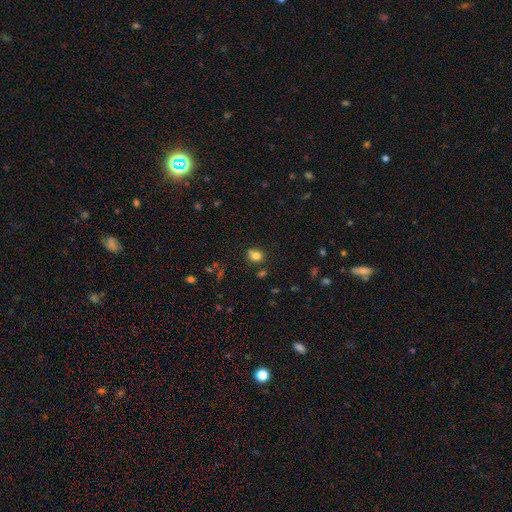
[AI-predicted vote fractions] A smooth galaxy with no disk features (78%) that is round (69%).

Vote fractions:
- Smooth or featured? smooth: 78% / star or artifact: 14% / featured or disk: 8%
- How rounded? round: 69% / in between: 31% / cigar-shaped: 1%
- Merging? none: 68% / minor disturbance: 14% / merger: 14% / major disturbance: 4%